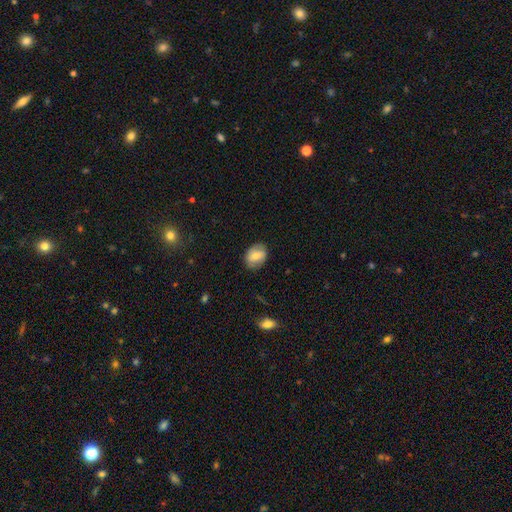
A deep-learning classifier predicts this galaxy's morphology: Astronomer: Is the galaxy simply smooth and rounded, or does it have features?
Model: smooth — 72%.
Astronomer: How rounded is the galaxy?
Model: in between — 70%.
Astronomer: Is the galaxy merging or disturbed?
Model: none — 82%.